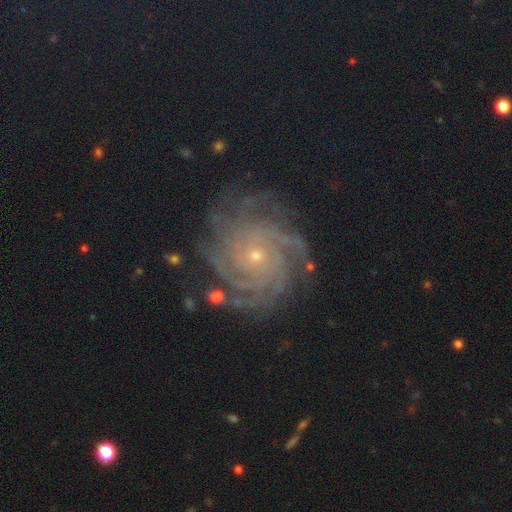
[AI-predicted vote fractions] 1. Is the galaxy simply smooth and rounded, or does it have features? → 90% featured or disk, 7% star or artifact, 4% smooth.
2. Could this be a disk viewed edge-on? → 98% no, 2% yes.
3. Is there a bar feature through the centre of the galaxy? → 79% no, 16% weak, 5% strong.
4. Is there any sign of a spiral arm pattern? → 98% yes, 2% no.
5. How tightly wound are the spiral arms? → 78% tight, 19% medium, 3% loose.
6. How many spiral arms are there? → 35% more than 4, 24% 4, 15% can't tell, 10% 3, 8% 2, 7% 1.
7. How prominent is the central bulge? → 81% small, 16% moderate, 1% none, 1% large, 1% dominant.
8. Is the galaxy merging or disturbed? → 78% none, 15% minor disturbance, 6% major disturbance, 2% merger.